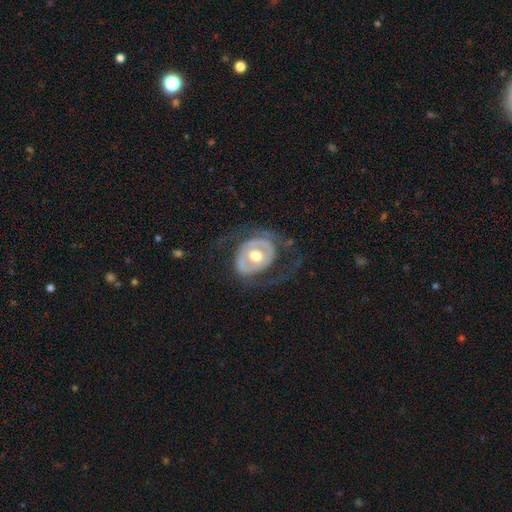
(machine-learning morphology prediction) smooth_or_featured: featured or disk (p=0.74) [alt: smooth p=0.21]
disk_edge_on: no (p=0.95) [alt: yes p=0.05]
bar: no (p=0.60) [alt: weak p=0.25]
has_spiral_arms: yes (p=0.53) [alt: no p=0.47]
bulge_size: moderate (p=0.75) [alt: large p=0.11]
merging: none (p=0.59) [alt: major disturbance p=0.23]